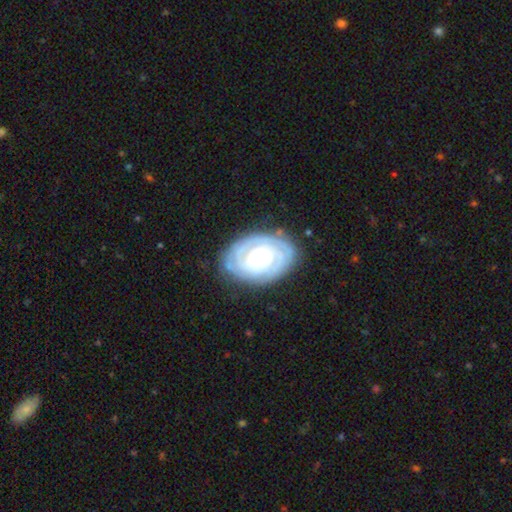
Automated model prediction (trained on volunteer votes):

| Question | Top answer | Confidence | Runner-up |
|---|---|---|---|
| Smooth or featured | featured or disk | 81% | smooth (13%) |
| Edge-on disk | no | 96% | yes (4%) |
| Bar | no | 72% | weak (21%) |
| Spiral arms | yes | 84% | no (16%) |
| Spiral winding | tight | 77% | medium (18%) |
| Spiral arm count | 2 | 36% | can't tell (33%) |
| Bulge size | moderate | 57% | large (33%) |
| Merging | none | 79% | minor disturbance (15%) |